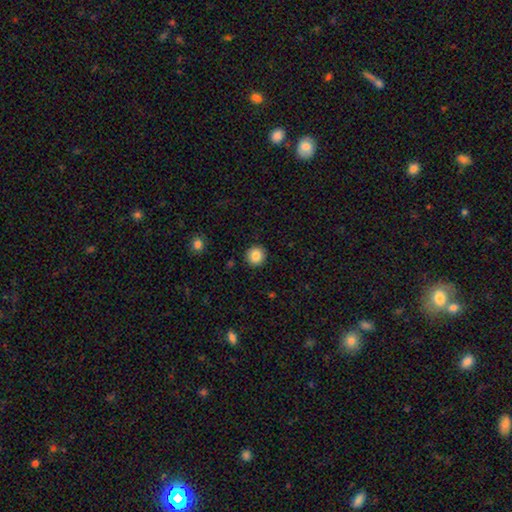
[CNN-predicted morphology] smooth 85%, star or artifact 9%, featured or disk 6%. Down the decision tree: how rounded — round (93%); merging — none (92%).